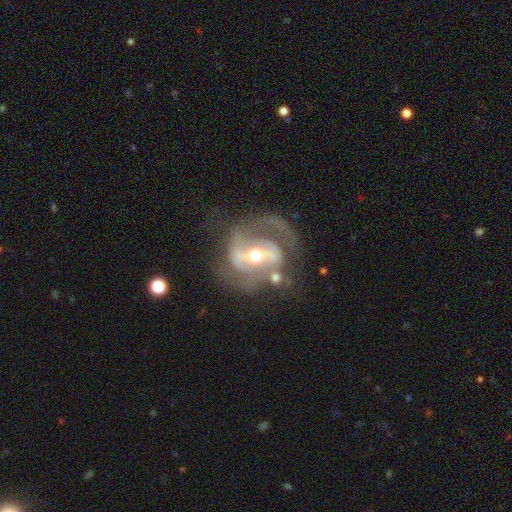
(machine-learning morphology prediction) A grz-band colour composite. It shows a featured or disk galaxy (86%) with a strong bar (55%), 2 (66%) medium (48%) spiral arms (90%) and a moderate central bulge (57%). Merging: none (52%).